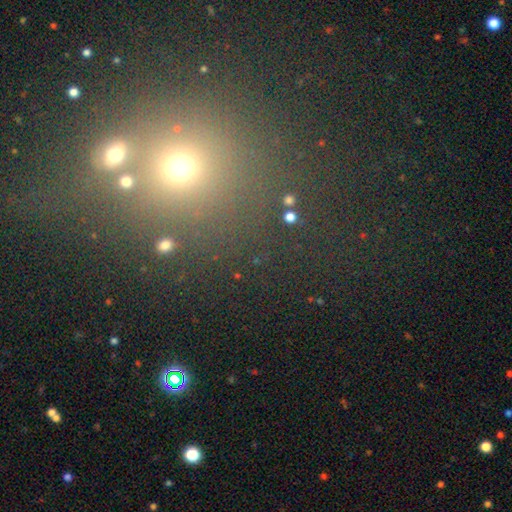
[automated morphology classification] This is possibly a smooth galaxy (46%). Merging: likely none (69%).